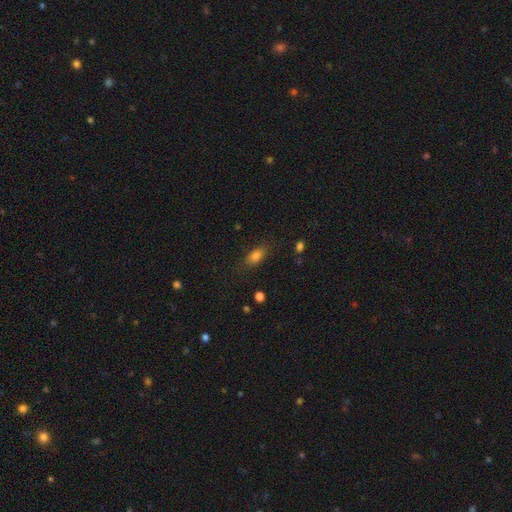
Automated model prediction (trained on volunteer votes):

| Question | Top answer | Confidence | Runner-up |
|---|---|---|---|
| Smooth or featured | smooth | 79% | featured or disk (11%) |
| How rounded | in between | 80% | cigar-shaped (12%) |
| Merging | none | 79% | minor disturbance (14%) |